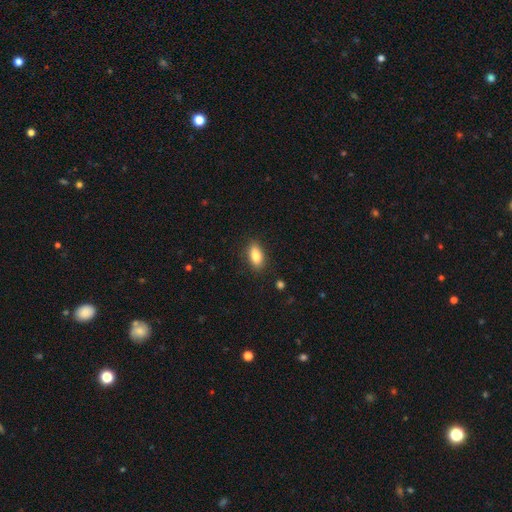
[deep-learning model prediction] Q: Smooth or featured?
A: smooth (86%); runner-up: star or artifact (7%)
Q: How rounded?
A: in between (86%); runner-up: cigar-shaped (10%)
Q: Merging?
A: none (86%); runner-up: minor disturbance (10%)